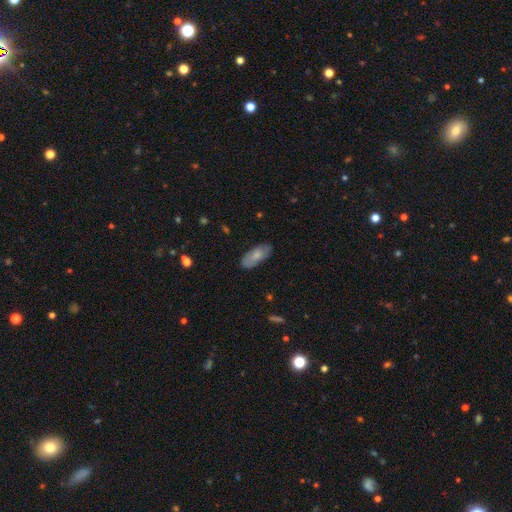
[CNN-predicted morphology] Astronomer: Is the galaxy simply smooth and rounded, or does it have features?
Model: smooth — 72%.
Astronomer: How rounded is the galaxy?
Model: in between — 84%.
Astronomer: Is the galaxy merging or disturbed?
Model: none — 78%.